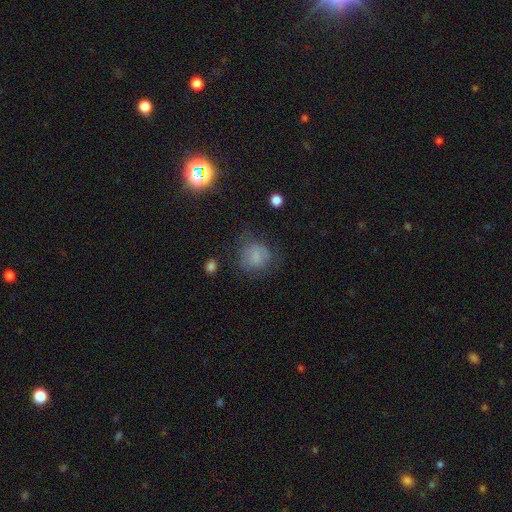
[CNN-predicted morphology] This appears to be a smooth galaxy with no disk features (69%) that is round (74%). Merging: none (53%).